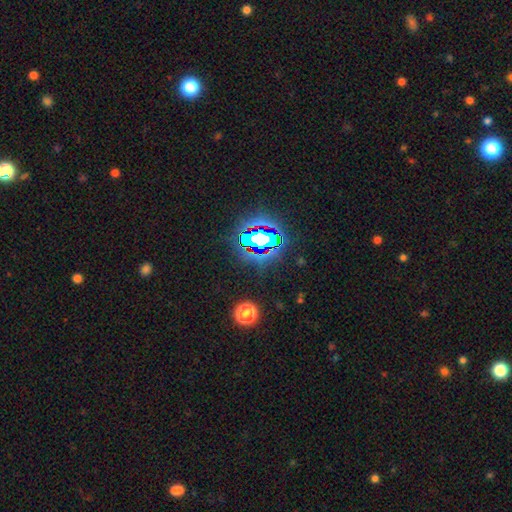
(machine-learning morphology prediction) Overall: star or artifact (83%).